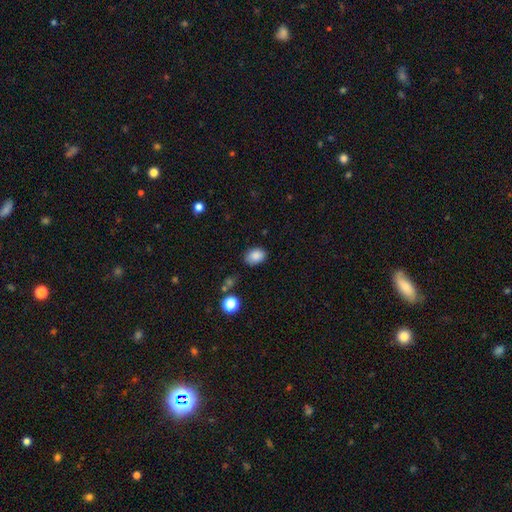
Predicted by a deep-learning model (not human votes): A smooth galaxy with no disk features (86%) that is in between round and cigar-shaped (71%). Merging: none (78%).